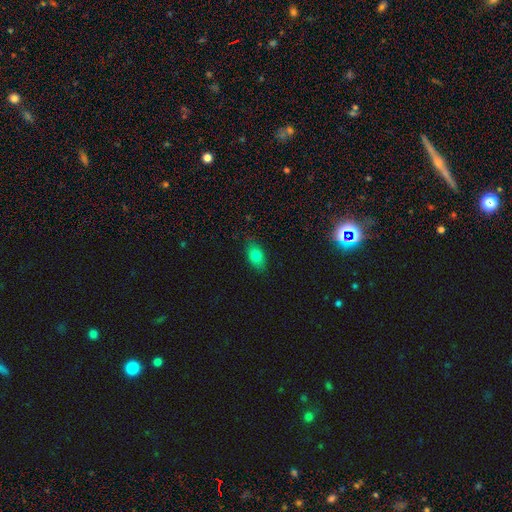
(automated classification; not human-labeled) Smooth or featured: smooth — 77% (featured or disk — 13%)
How rounded: in between — 86% (round — 9%)
Merging: none — 81% (minor disturbance — 15%)